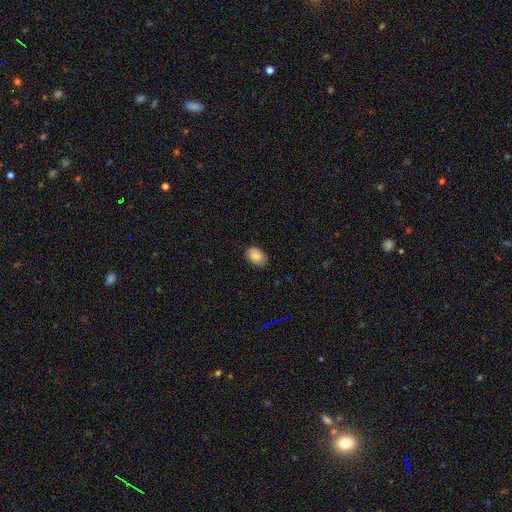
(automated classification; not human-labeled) smooth-or-featured: smooth: 82% | featured or disk: 10% | star or artifact: 8%
  how-rounded: in between: 86% | round: 13% | cigar-shaped: 1%
  merging: none: 77% | minor disturbance: 19% | major disturbance: 3% | merger: 1%